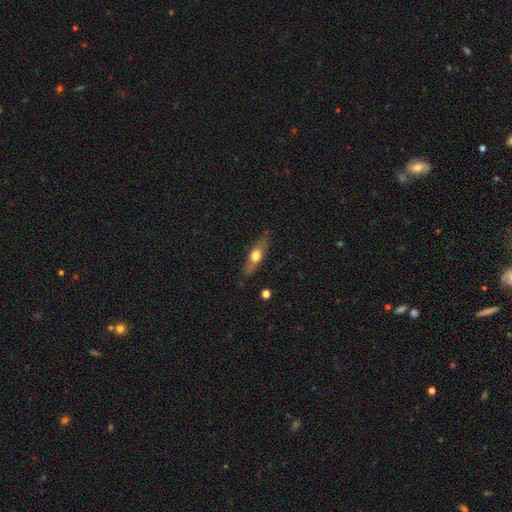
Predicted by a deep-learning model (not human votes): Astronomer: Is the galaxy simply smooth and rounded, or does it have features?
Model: smooth — 48% (runner-up: featured or disk, 45%).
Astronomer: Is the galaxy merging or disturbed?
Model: none — 77%.